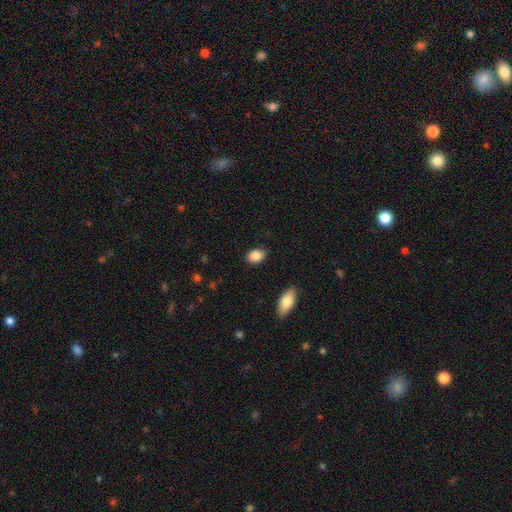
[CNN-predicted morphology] The model was most divided on "how rounded": in between: 76%, round: 23%, cigar-shaped: 1%. More confident: smooth or featured — smooth (86%); merging — none (85%).